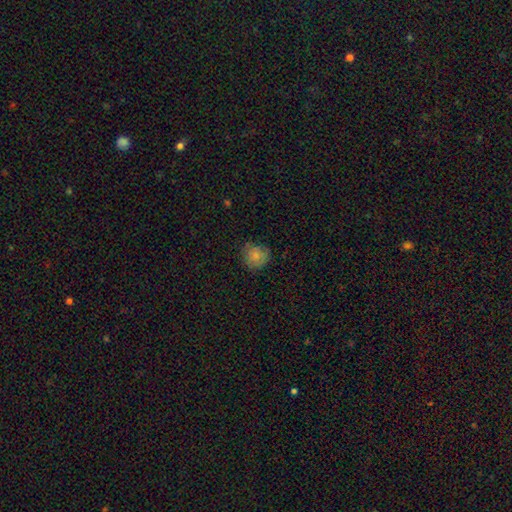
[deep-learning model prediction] Smooth or featured: smooth — 80% (featured or disk — 10%)
How rounded: round — 87% (in between — 12%)
Merging: none — 75% (minor disturbance — 20%)